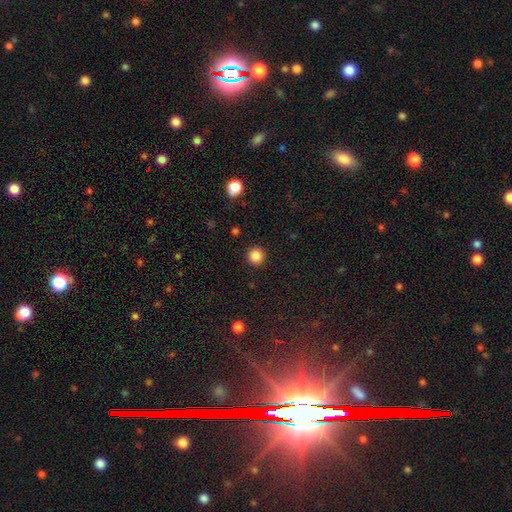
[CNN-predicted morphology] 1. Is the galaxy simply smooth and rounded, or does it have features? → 86% smooth, 11% star or artifact, 3% featured or disk.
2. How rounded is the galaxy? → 95% round, 4% in between, 1% cigar-shaped.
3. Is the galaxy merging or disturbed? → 92% none, 5% minor disturbance, 2% major disturbance, 1% merger.